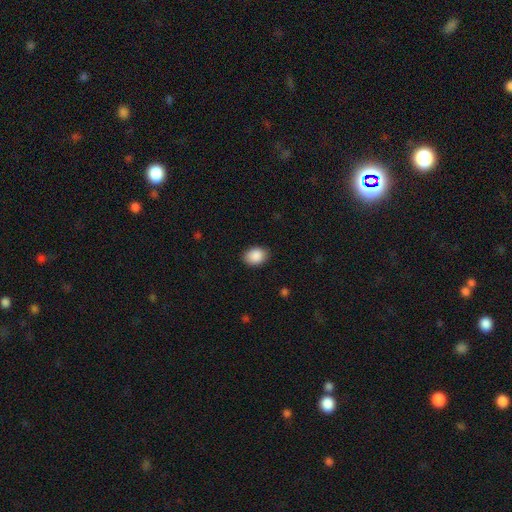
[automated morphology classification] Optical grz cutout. It shows a smooth galaxy with no disk features (90%) that is in between round and cigar-shaped (67%). Merging: none (86%).